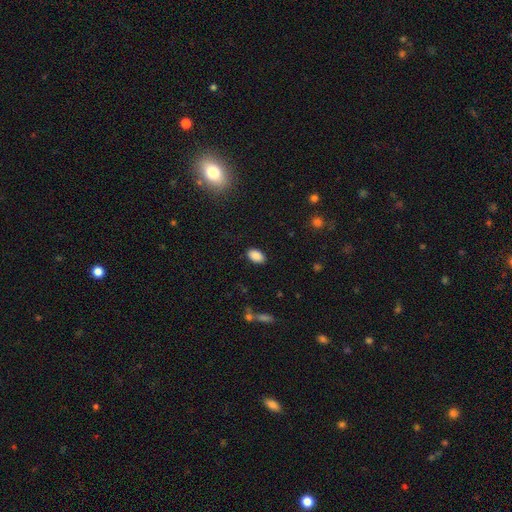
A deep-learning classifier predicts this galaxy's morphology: Smooth or featured: smooth — 88% (star or artifact — 8%)
How rounded: in between — 92% (round — 7%)
Merging: none — 87% (minor disturbance — 9%)